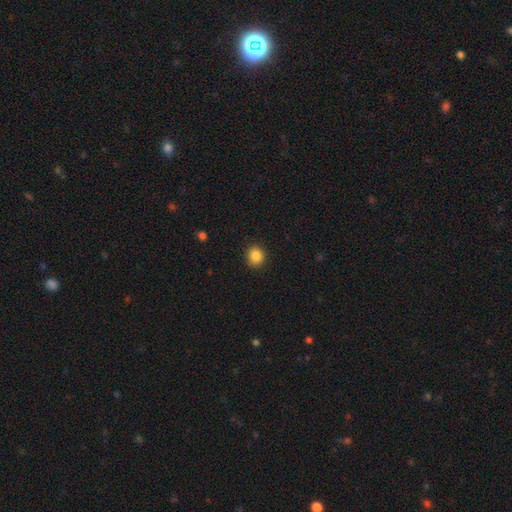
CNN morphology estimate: smooth 86%, star or artifact 10%, featured or disk 4%. Down the decision tree: how rounded — round (83%); merging — none (89%).